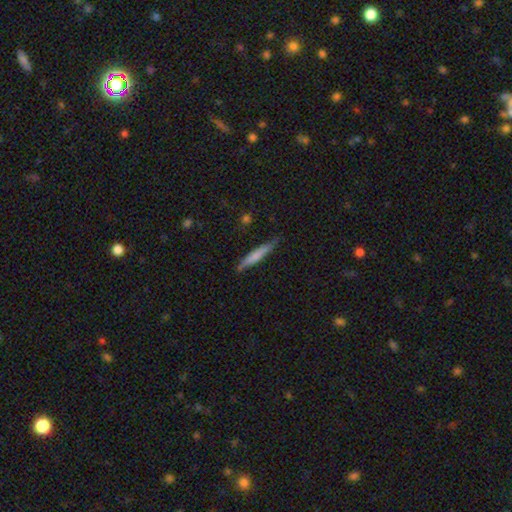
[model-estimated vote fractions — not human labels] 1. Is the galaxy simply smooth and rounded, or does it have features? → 65% smooth, 29% featured or disk, 6% star or artifact.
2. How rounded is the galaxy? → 93% cigar-shaped, 6% in between, 1% round.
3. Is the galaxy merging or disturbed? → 79% none, 17% minor disturbance, 3% major disturbance, 2% merger.